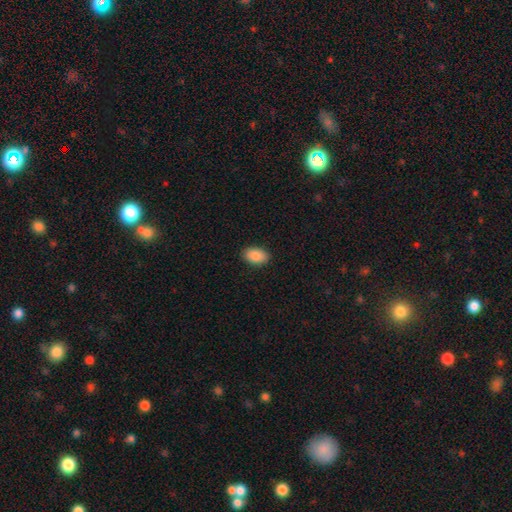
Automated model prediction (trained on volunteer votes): smooth-or-featured: smooth: 89% | star or artifact: 7% | featured or disk: 4%
  how-rounded: in between: 90% | round: 9% | cigar-shaped: 1%
  merging: none: 89% | minor disturbance: 8% | major disturbance: 2% | merger: 1%